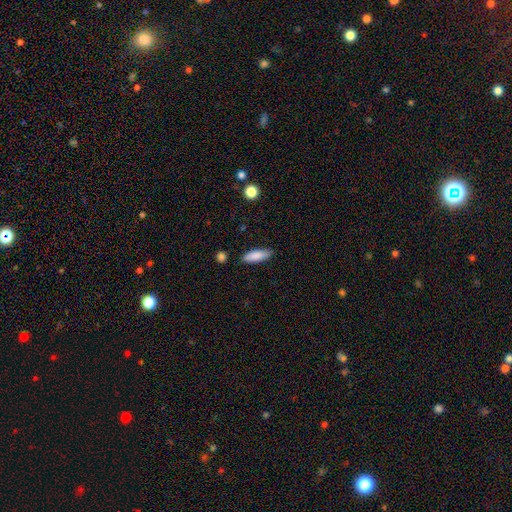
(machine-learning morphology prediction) The model was most divided on "how rounded": in between: 57%, cigar-shaped: 41%, round: 2%. More confident: smooth or featured — smooth (87%); merging — none (84%).